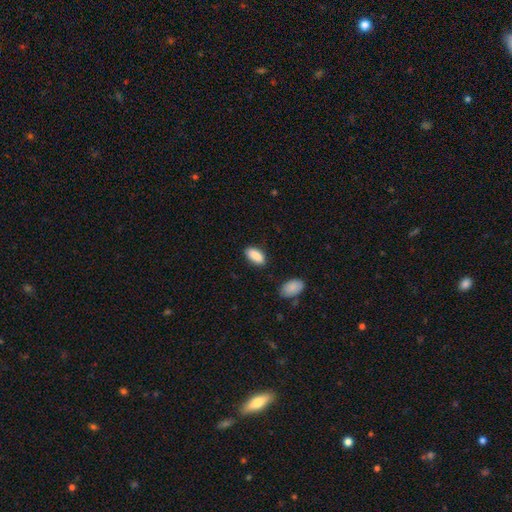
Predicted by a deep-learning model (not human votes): Q: Smooth or featured?
A: smooth (89%); runner-up: star or artifact (7%)
Q: How rounded?
A: in between (91%); runner-up: cigar-shaped (7%)
Q: Merging?
A: none (84%); runner-up: minor disturbance (11%)